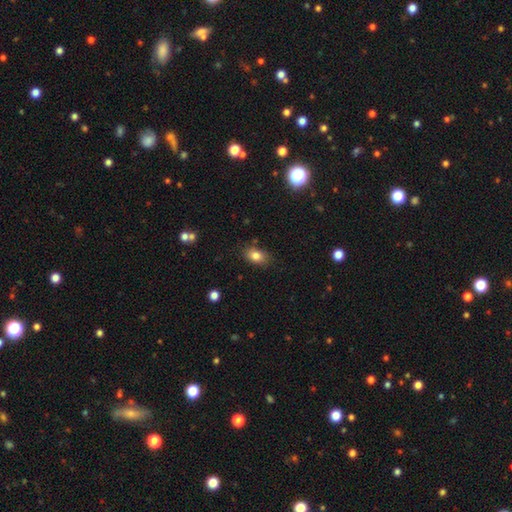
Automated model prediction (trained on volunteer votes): Smooth or featured? Predicted: smooth (p=0.82). How rounded? Predicted: in between (p=0.83). Merging? Predicted: none (p=0.81).